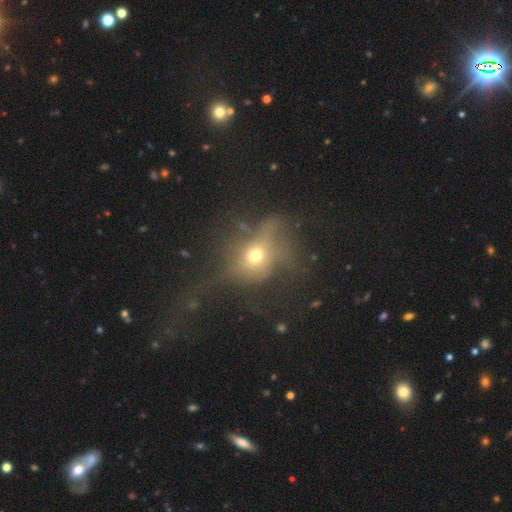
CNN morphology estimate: Smooth or featured: smooth — 51% (featured or disk — 28%)
How rounded: round — 69% (in between — 29%)
Merging: major disturbance — 44% (none — 33%)